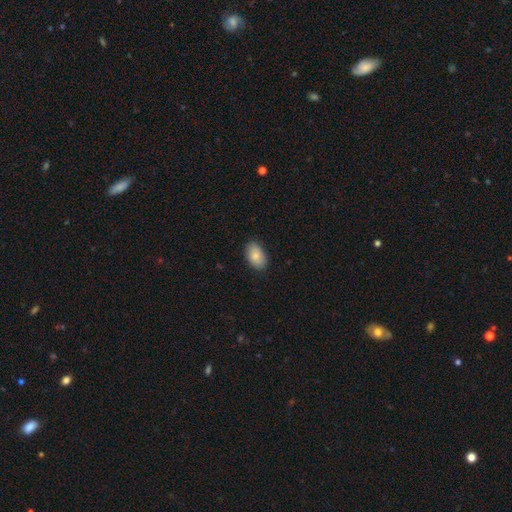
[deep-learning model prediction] Smooth or featured? Predicted: smooth (p=0.85). How rounded? Predicted: in between (p=0.93). Merging? Predicted: none (p=0.86).